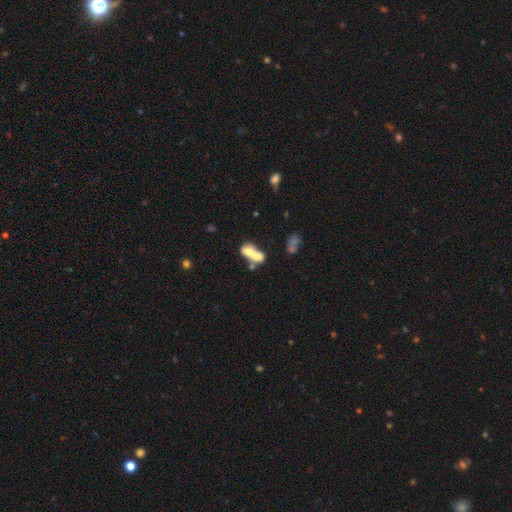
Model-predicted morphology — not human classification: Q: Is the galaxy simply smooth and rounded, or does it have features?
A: smooth — 60%.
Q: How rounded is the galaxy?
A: in between — 73%.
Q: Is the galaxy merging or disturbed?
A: merger — 71%.